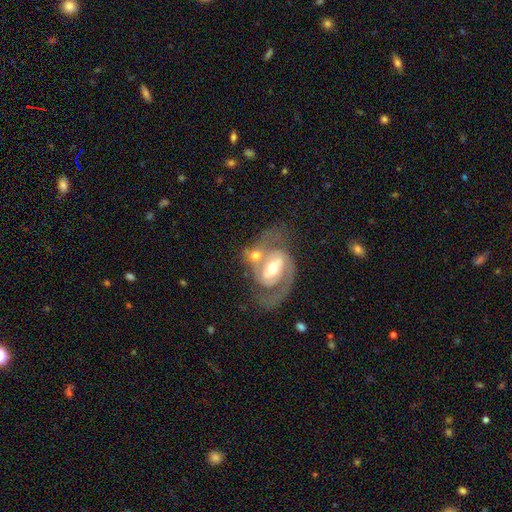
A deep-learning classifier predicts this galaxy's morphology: This is clearly a featured or disk galaxy (85%). It is clearly not viewed edge-on (97%). Bar: marginally weak (43%). Spiral arm pattern: clearly yes (94%). Spiral arm count: clearly 2 (85%). Spiral winding: possibly medium (50%). Central bulge: likely moderate (69%). Merging: possibly none (45%).